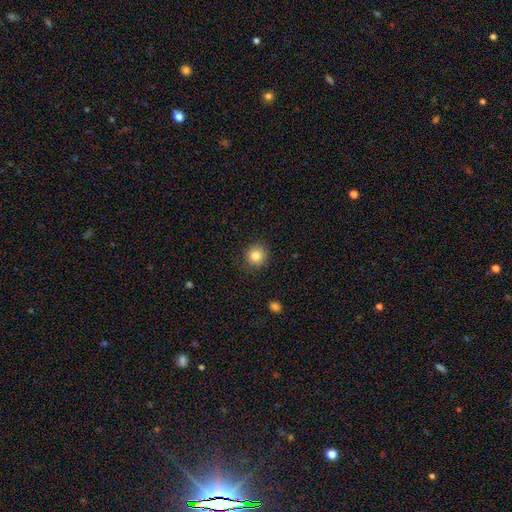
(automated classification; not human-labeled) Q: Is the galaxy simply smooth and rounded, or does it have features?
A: smooth — 83%.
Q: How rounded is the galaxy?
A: round — 91%.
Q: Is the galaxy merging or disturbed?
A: none — 89%.